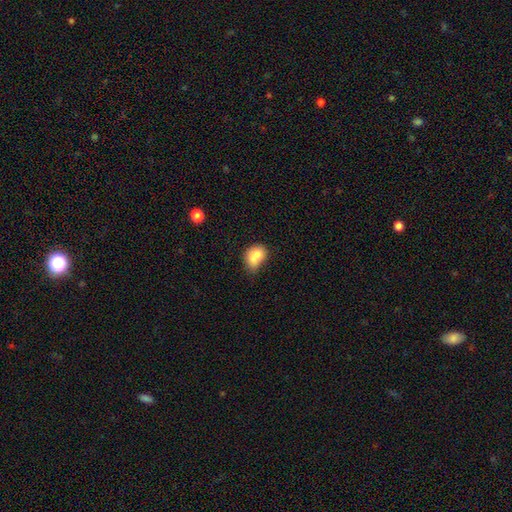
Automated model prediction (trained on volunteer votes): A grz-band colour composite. It shows a smooth galaxy with no disk features (74%) that is in between round and cigar-shaped (61%). Merging: merger (38%).